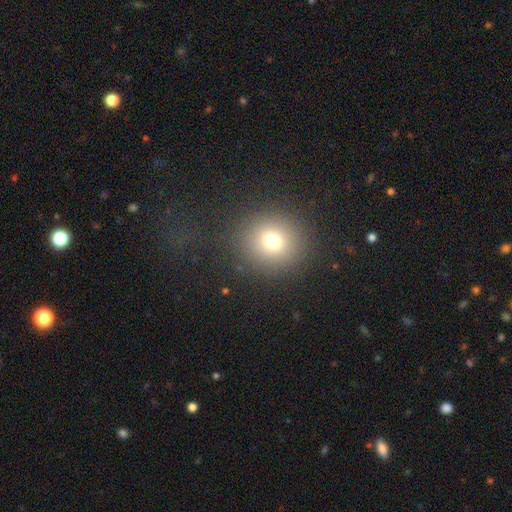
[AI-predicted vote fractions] smooth_or_featured: smooth (p=0.68) [alt: star or artifact p=0.25]
how_rounded: round (p=0.89) [alt: in between p=0.10]
merging: none (p=0.82) [alt: minor disturbance p=0.09]